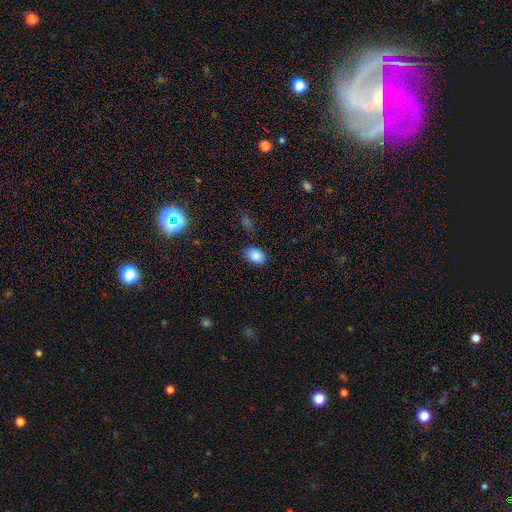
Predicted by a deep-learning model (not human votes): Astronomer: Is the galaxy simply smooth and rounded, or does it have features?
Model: smooth — 87%.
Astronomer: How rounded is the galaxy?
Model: in between — 82%.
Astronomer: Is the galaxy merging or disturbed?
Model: none — 80%.